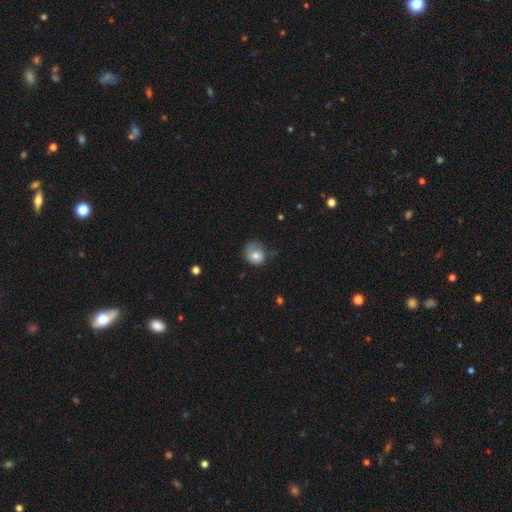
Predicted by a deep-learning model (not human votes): Q: Smooth or featured?
A: smooth (74%); runner-up: featured or disk (17%)
Q: How rounded?
A: round (68%); runner-up: in between (31%)
Q: Merging?
A: none (40%); runner-up: minor disturbance (37%)